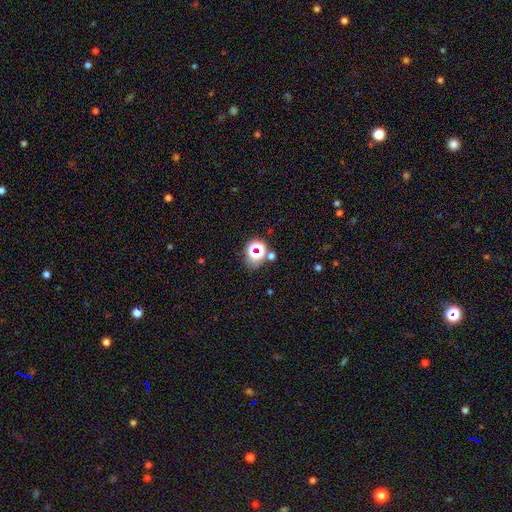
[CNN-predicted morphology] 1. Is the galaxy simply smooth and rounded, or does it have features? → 60% star or artifact, 31% smooth, 9% featured or disk.